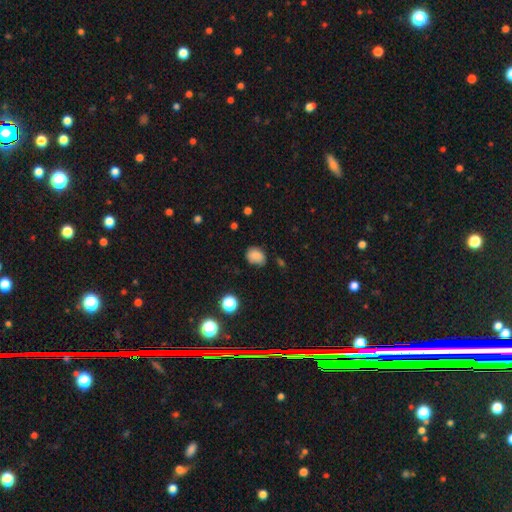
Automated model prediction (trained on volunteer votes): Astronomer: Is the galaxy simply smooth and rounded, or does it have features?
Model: smooth — 82%.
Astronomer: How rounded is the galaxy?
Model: in between — 56% (runner-up: round, 43%).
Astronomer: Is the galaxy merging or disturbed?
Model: none — 65%.